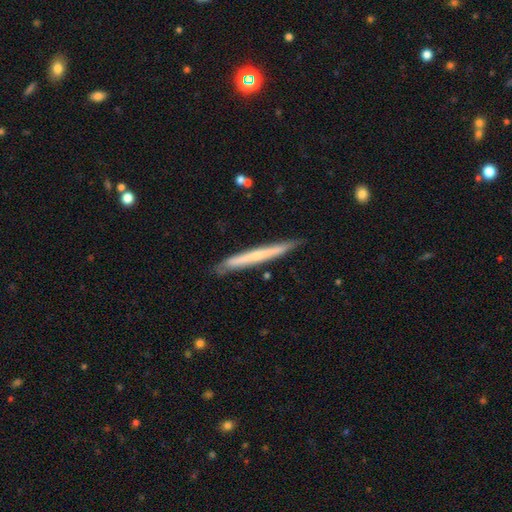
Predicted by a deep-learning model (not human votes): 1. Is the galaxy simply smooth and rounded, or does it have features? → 47% featured or disk (tied), 47% smooth (tied), 6% star or artifact.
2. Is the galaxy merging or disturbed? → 86% none, 11% minor disturbance, 2% major disturbance, 1% merger.